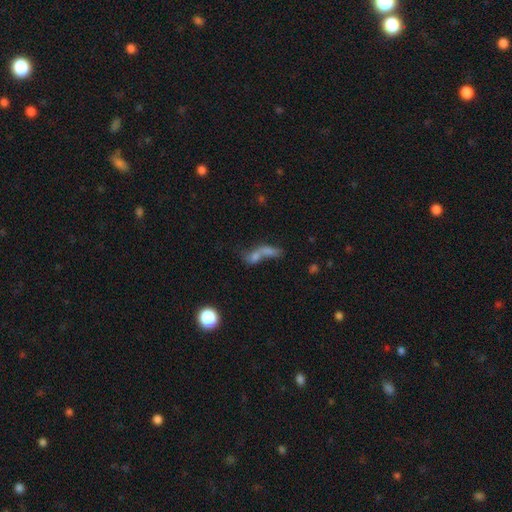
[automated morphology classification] Overall: smooth (58%; featured or disk 26%). How rounded: in between (57%; cigar-shaped 22%). Merging: merger (66%).